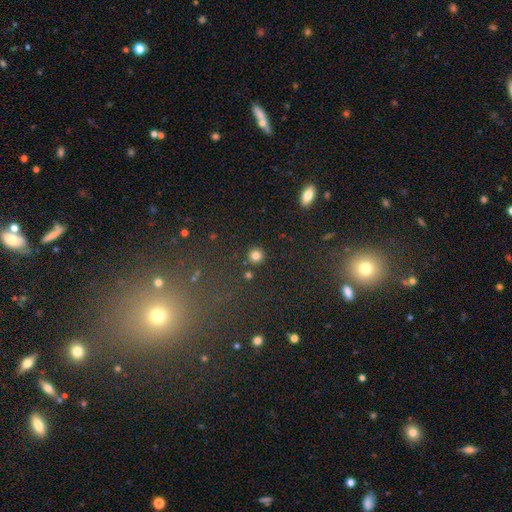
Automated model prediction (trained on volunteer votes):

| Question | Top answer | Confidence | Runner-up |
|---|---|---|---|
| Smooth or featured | smooth | 82% | star or artifact (13%) |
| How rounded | round | 94% | in between (5%) |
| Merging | none | 90% | minor disturbance (5%) |